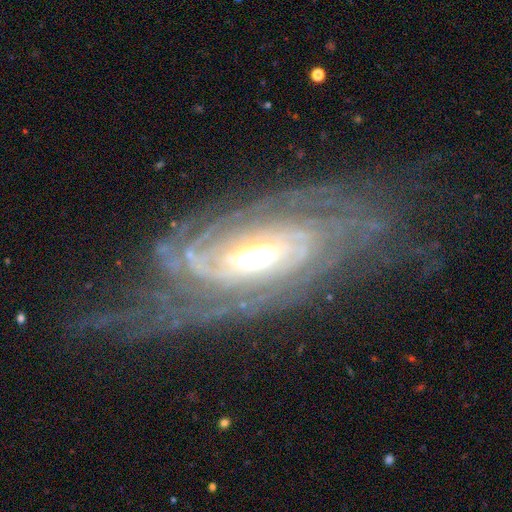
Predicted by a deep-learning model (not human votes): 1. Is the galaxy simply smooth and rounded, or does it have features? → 89% featured or disk, 6% smooth, 6% star or artifact.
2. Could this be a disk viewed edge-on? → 91% no, 9% yes.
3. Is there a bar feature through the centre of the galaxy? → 35% weak (tied), 35% no (tied), 30% strong.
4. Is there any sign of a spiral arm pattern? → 97% yes, 3% no.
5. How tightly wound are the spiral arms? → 75% tight, 20% medium, 5% loose.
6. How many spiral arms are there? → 31% can't tell, 16% 2, 16% 4, 15% 3, 15% more than 4, 7% 1.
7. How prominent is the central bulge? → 61% moderate, 22% large, 13% small, 2% dominant, 1% none.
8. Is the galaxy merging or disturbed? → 67% none, 19% minor disturbance, 13% major disturbance, 2% merger.